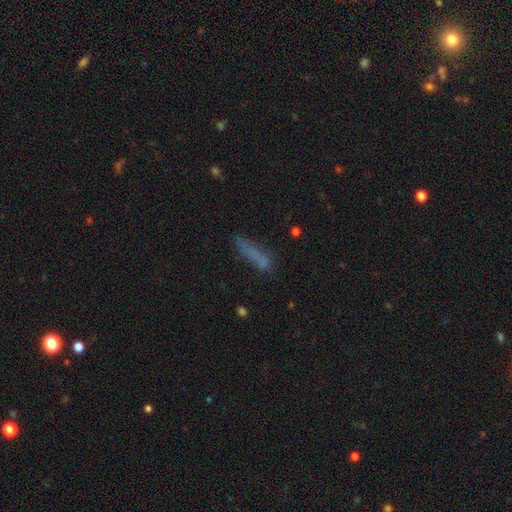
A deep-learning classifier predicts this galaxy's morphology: Smooth or featured: smooth — 68% (featured or disk — 19%)
How rounded: cigar-shaped — 81% (in between — 16%)
Merging: none — 65% (minor disturbance — 21%)